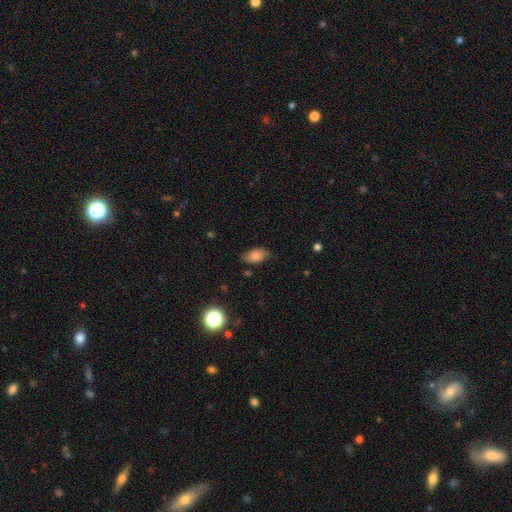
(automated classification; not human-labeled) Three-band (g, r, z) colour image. It shows a smooth galaxy with no disk features (75%) that is in between round and cigar-shaped (90%). Merging: none (80%).